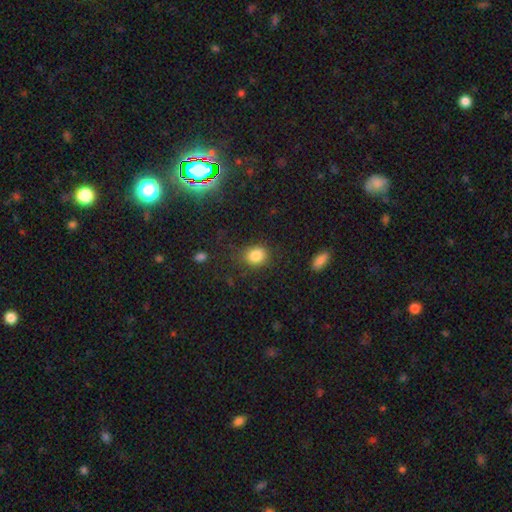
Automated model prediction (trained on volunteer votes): Smooth or featured?
  - smooth: 84% *
  - star or artifact: 10%
  - featured or disk: 6%
How rounded?
  - round: 58% *
  - in between: 41%
  - cigar-shaped: 1%
Merging?
  - none: 78% *
  - minor disturbance: 15%
  - major disturbance: 5%
  - merger: 2%